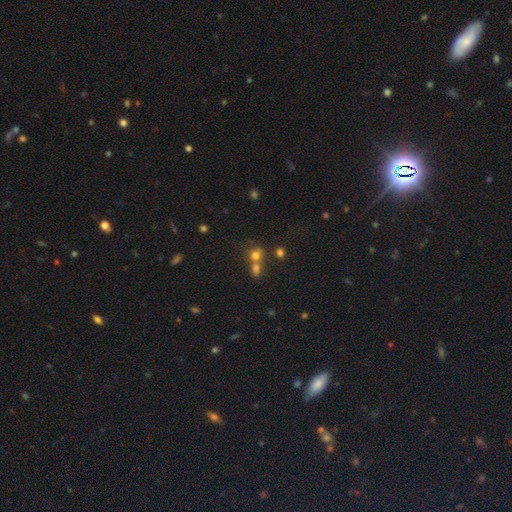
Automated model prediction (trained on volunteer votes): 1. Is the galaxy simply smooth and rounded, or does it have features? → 69% smooth, 19% star or artifact, 12% featured or disk.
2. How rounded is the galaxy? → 75% round, 24% in between, 1% cigar-shaped.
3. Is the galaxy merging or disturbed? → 52% merger, 37% none, 7% minor disturbance, 4% major disturbance.